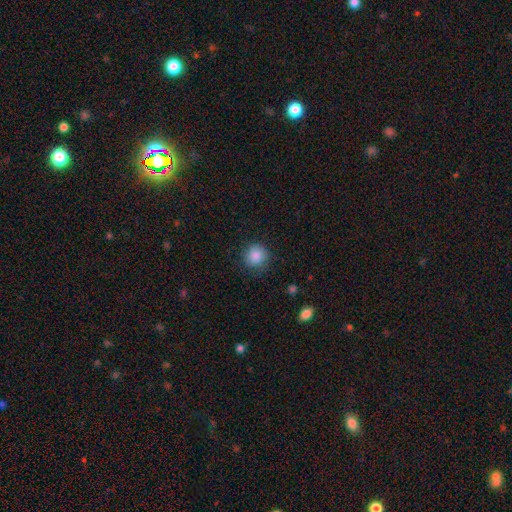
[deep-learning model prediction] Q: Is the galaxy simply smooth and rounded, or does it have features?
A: smooth — 86%.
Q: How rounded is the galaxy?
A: round — 93%.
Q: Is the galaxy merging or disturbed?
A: none — 85%.